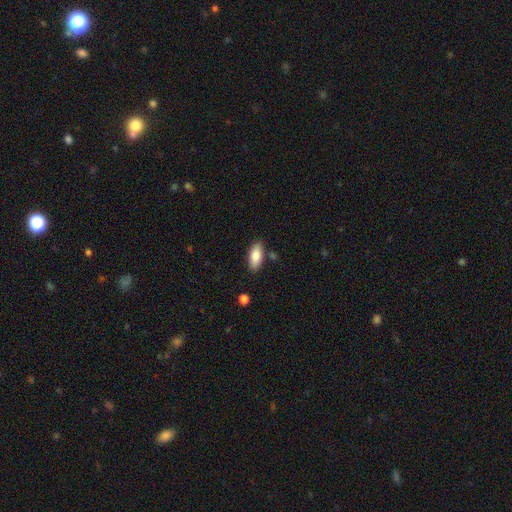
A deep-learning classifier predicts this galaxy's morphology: smooth_or_featured: smooth (p=0.83) [alt: featured or disk p=0.10]
how_rounded: in between (p=0.87) [alt: cigar-shaped p=0.11]
merging: none (p=0.84) [alt: minor disturbance p=0.11]